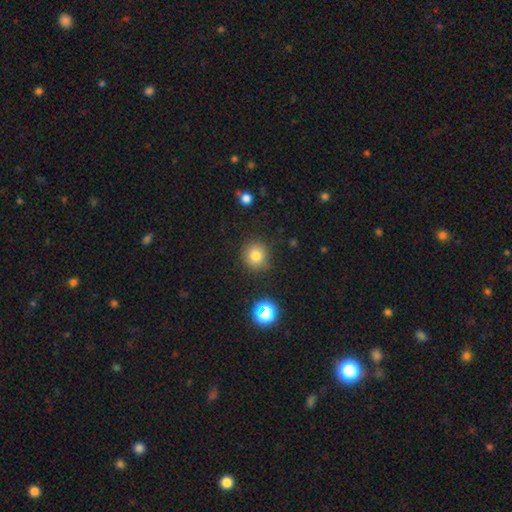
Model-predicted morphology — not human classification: Smooth or featured?
  - smooth: 78% *
  - star or artifact: 14%
  - featured or disk: 8%
How rounded?
  - round: 92% *
  - in between: 7%
  - cigar-shaped: 1%
Merging?
  - none: 86% *
  - minor disturbance: 9%
  - major disturbance: 3%
  - merger: 2%